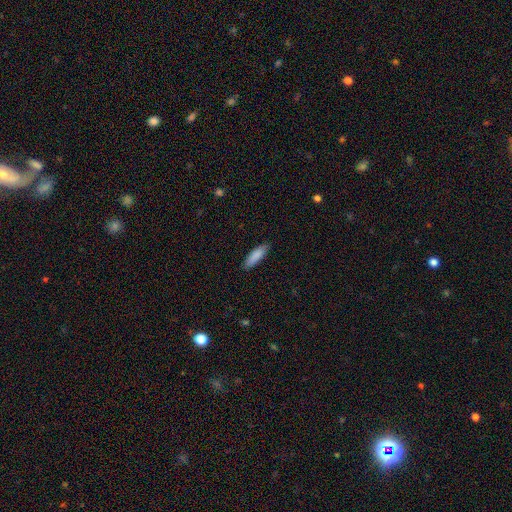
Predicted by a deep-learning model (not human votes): The model was most divided on "how rounded": cigar-shaped: 57%, in between: 42%, round: 1%. More confident: smooth or featured — smooth (86%); merging — none (86%).